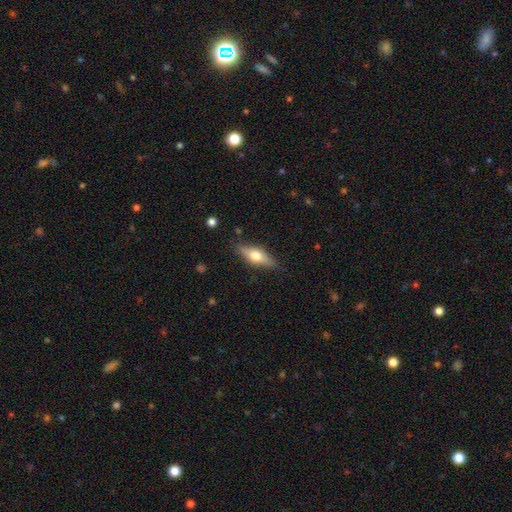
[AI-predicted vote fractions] Morphology: type=smooth (51%); roundness=in between (57%); merging=none (84%).